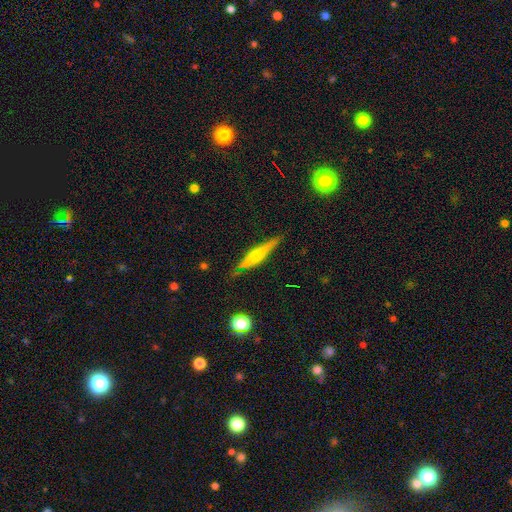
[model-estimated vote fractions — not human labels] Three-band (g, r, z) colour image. It shows a featured or disk galaxy (57%) viewed edge-on (96%) with a rounded central bulge (70%). Merging: none (83%).